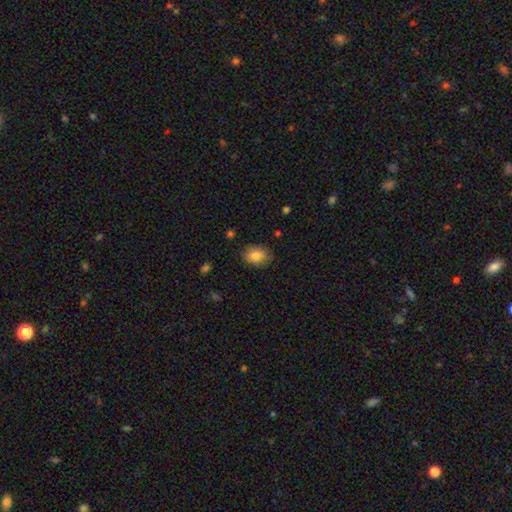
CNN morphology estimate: A smooth galaxy with no disk features (86%) that is in between round and cigar-shaped (63%). Merging: none (82%).